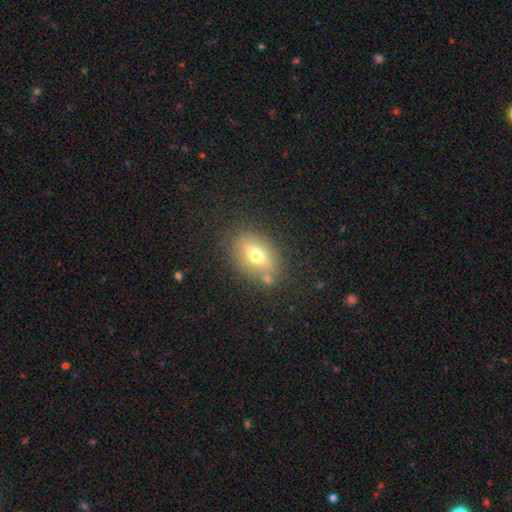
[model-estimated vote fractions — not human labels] Q: Smooth or featured?
A: smooth (68%); runner-up: featured or disk (21%)
Q: How rounded?
A: in between (78%); runner-up: round (19%)
Q: Merging?
A: none (75%); runner-up: minor disturbance (14%)